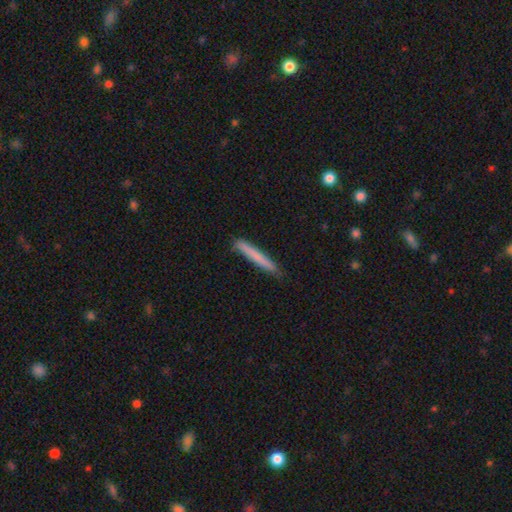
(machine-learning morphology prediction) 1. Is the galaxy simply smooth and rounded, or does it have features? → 75% smooth, 20% featured or disk, 6% star or artifact.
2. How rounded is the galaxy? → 96% cigar-shaped, 2% in between, 1% round.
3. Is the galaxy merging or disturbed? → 85% none, 11% minor disturbance, 2% major disturbance, 1% merger.